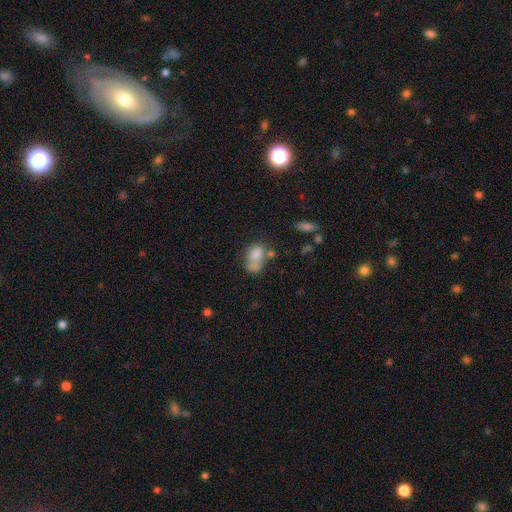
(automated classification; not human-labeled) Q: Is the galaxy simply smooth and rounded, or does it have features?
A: smooth — 74%.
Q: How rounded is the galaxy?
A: in between — 75%.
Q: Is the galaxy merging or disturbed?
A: merger — 42%.